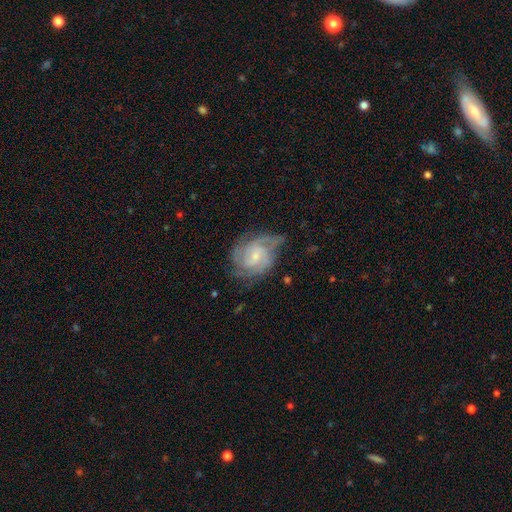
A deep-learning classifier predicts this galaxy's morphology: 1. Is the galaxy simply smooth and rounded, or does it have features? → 82% featured or disk, 12% smooth, 6% star or artifact.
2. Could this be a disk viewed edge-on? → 98% no, 2% yes.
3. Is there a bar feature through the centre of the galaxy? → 57% no, 37% weak, 6% strong.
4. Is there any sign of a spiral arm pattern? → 95% yes, 5% no.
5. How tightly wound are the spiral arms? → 50% tight, 40% medium, 10% loose.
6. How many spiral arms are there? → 29% 3, 27% 2, 24% can't tell, 10% 4, 5% 1, 5% more than 4.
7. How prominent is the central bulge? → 67% small, 26% moderate, 4% none, 2% large, 1% dominant.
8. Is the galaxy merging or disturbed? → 60% none, 25% minor disturbance, 14% major disturbance, 2% merger.